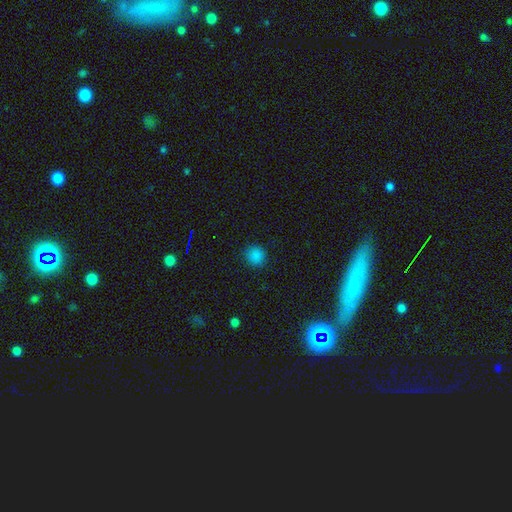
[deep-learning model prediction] smooth_or_featured: smooth (p=0.84) [alt: star or artifact p=0.14]
how_rounded: round (p=0.90) [alt: in between p=0.09]
merging: none (p=0.89) [alt: minor disturbance p=0.07]